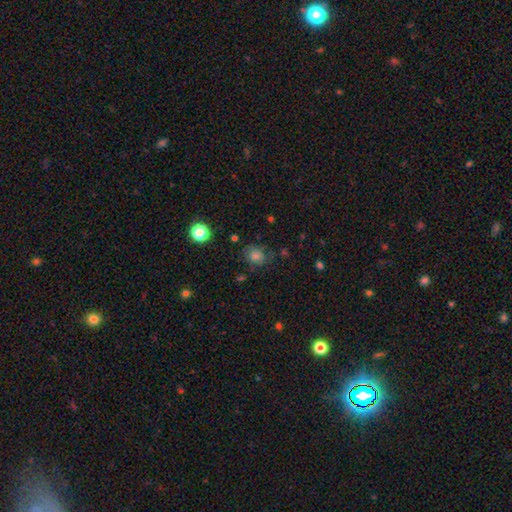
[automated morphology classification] Overall: smooth (69%). How rounded: round (73%). Merging: none (71%).